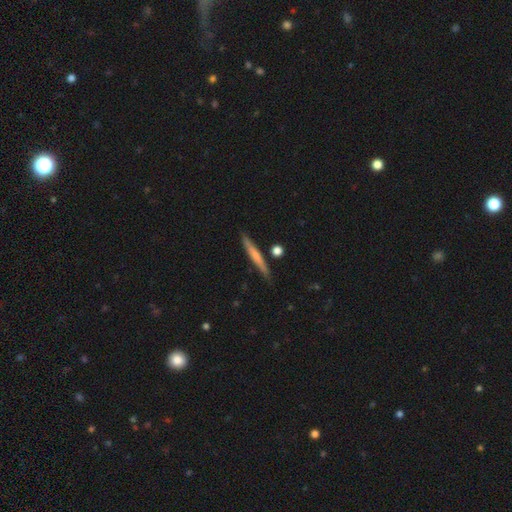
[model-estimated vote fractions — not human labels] Morphology: type=smooth (58%); roundness=cigar-shaped (95%); merging=none (85%).